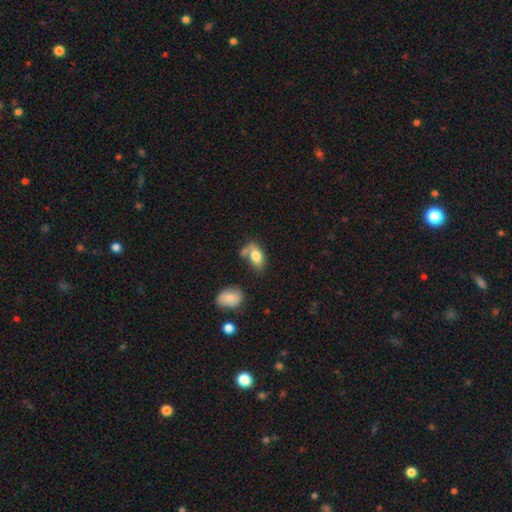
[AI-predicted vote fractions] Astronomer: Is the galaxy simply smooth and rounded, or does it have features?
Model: smooth — 78%.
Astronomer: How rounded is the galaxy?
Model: in between — 89%.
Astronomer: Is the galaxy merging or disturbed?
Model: none — 46% (runner-up: merger, 25%).